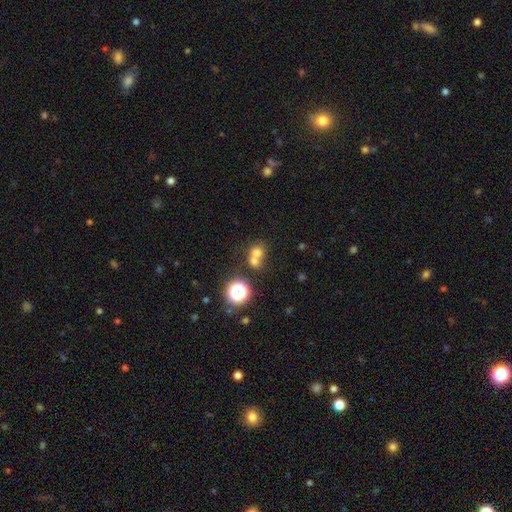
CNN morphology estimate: Smooth or featured? smooth (66%)
How rounded? round (71%)
Merging? merger (56%)